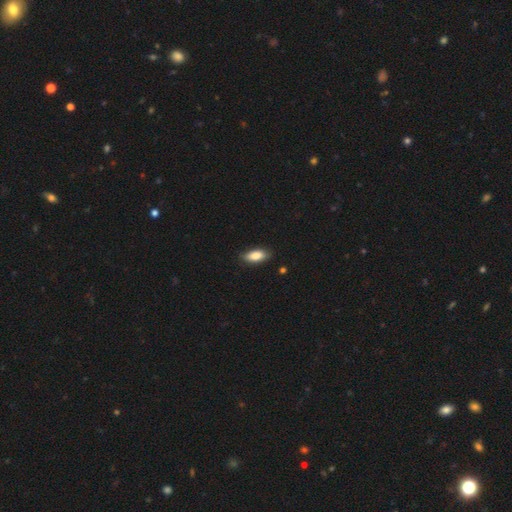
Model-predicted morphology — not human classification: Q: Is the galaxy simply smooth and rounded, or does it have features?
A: smooth — 85%.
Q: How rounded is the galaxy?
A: in between — 84%.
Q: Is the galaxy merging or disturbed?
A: none — 84%.